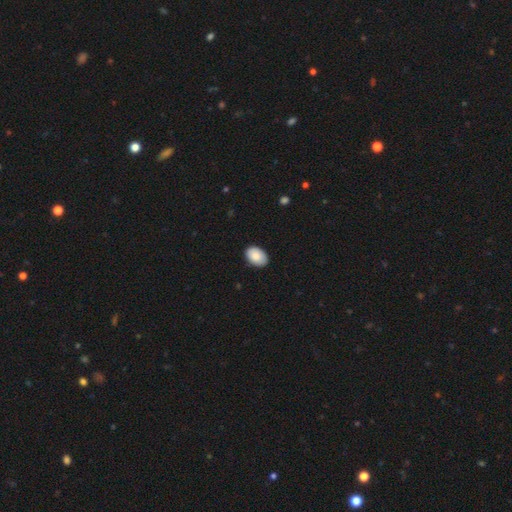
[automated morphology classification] This appears to be a smooth galaxy with no disk features (87%) that is in between round and cigar-shaped (86%). Merging: none (86%).